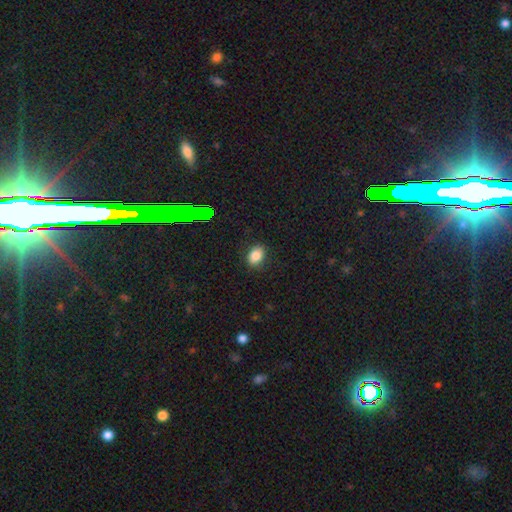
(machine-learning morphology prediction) smooth_or_featured: smooth (p=0.82) [alt: star or artifact p=0.11]
how_rounded: in between (p=0.74) [alt: round p=0.25]
merging: none (p=0.83) [alt: minor disturbance p=0.12]